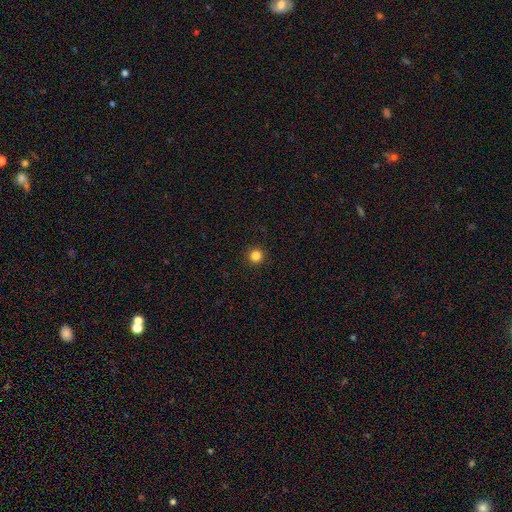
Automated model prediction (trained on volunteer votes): Smooth or featured?
  - smooth: 85% *
  - star or artifact: 12%
  - featured or disk: 3%
How rounded?
  - round: 96% *
  - in between: 3%
  - cigar-shaped: 1%
Merging?
  - none: 93% *
  - minor disturbance: 4%
  - major disturbance: 2%
  - merger: 1%